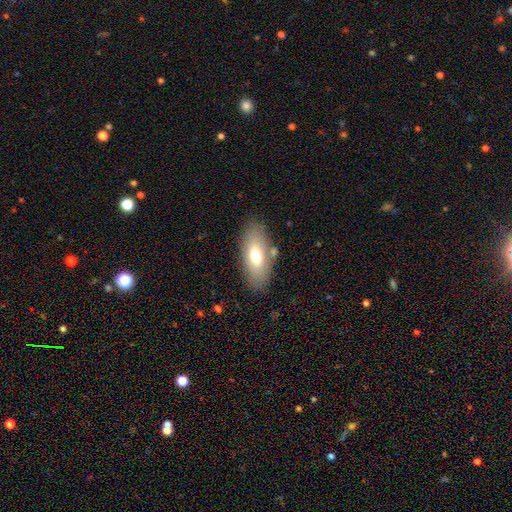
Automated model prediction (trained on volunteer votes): The model was most divided on "smooth or featured": smooth: 65%, featured or disk: 27%, star or artifact: 8%. More confident: how rounded — in between (82%); merging — none (79%).